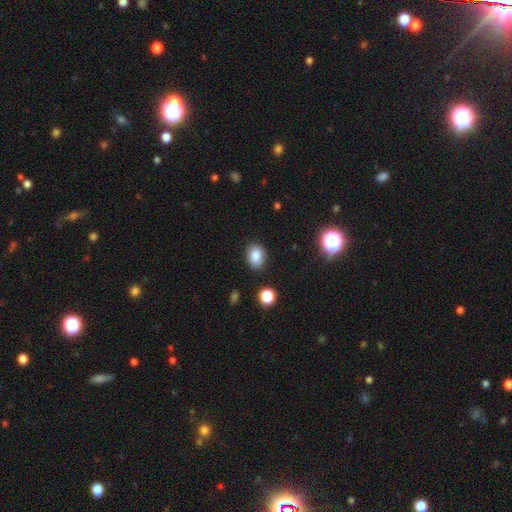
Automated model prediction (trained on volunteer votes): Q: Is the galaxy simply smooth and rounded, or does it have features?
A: smooth — 83%.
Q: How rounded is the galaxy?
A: in between — 70%.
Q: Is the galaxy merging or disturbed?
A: none — 86%.